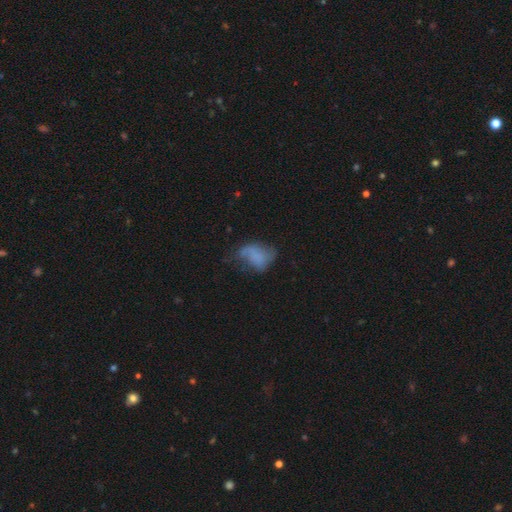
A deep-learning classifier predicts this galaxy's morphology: Q: Smooth or featured?
A: smooth (51%); runner-up: featured or disk (37%)
Q: How rounded?
A: in between (79%); runner-up: round (19%)
Q: Merging?
A: major disturbance (35%); runner-up: none (31%)